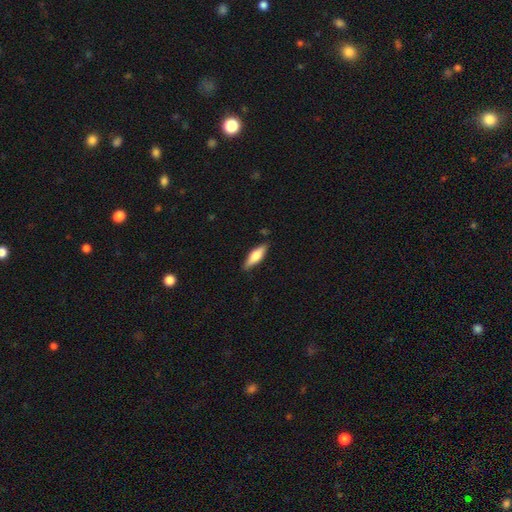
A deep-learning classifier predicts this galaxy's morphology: Smooth or featured? smooth (63%)
How rounded? cigar-shaped (52%)
Merging? none (85%)